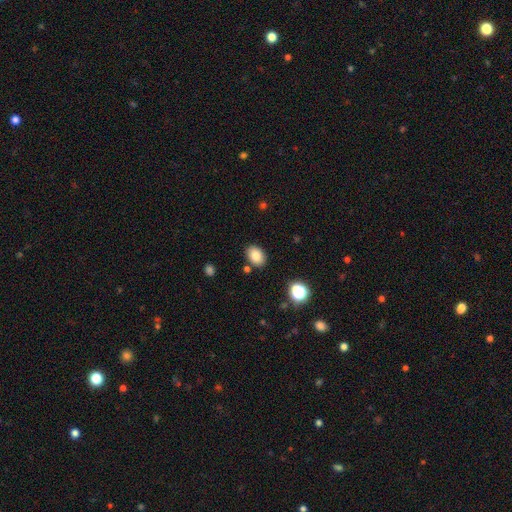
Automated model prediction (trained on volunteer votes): A smooth galaxy with no disk features (82%) that is in between round and cigar-shaped (79%). Merging: none (84%).